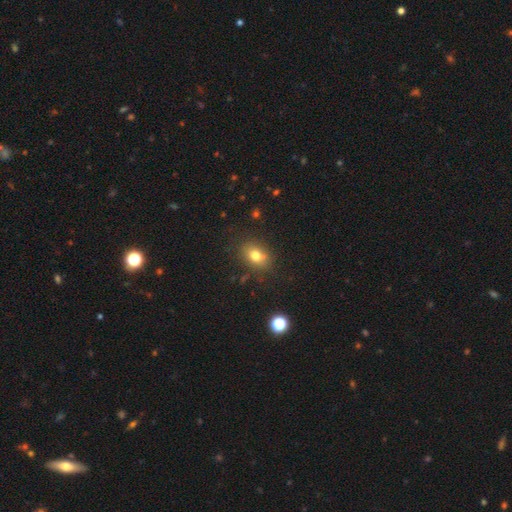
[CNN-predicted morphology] A smooth galaxy with no disk features (77%) that is in between round and cigar-shaped (70%).

Vote fractions:
- Smooth or featured? smooth: 77% / star or artifact: 12% / featured or disk: 10%
- How rounded? in between: 70% / round: 29% / cigar-shaped: 2%
- Merging? none: 81% / minor disturbance: 13% / major disturbance: 4% / merger: 2%